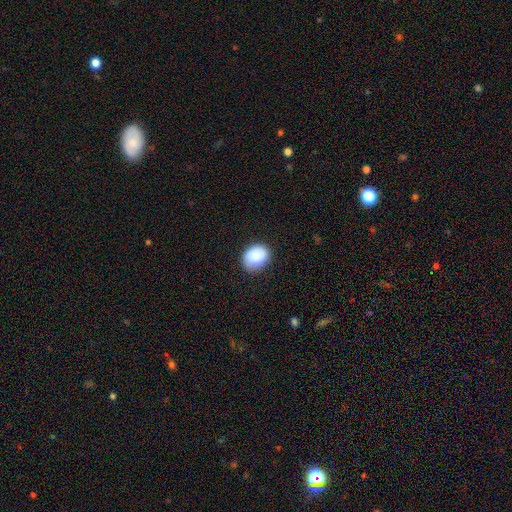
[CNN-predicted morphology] This is clearly a smooth galaxy (89%). How rounded: possibly in between (51%). Merging: clearly none (81%).